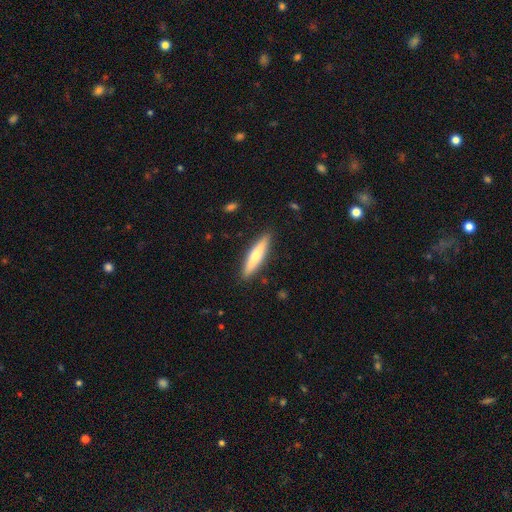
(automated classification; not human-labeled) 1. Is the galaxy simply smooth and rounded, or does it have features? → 57% smooth, 38% featured or disk, 5% star or artifact.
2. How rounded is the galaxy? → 85% cigar-shaped, 14% in between, 1% round.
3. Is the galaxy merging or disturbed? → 90% none, 8% minor disturbance, 2% major disturbance, 1% merger.